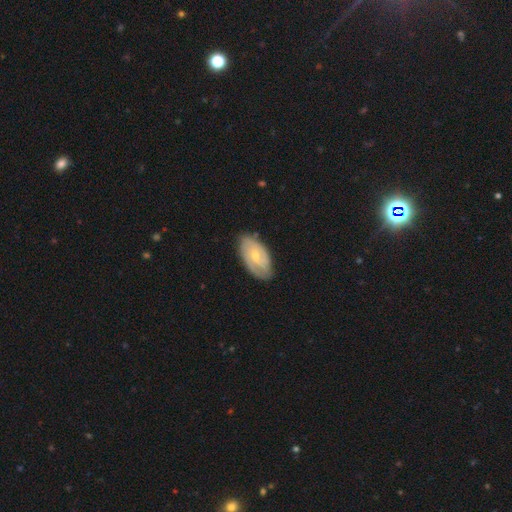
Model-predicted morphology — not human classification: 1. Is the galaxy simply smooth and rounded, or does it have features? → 69% featured or disk, 25% smooth, 5% star or artifact.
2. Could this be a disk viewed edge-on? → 95% no, 5% yes.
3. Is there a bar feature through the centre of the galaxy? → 54% no, 40% weak, 7% strong.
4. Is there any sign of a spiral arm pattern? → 89% yes, 11% no.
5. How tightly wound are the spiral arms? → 54% tight, 35% medium, 11% loose.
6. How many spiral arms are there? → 53% 2, 26% can't tell, 10% 3, 5% 1, 3% 4, 2% more than 4.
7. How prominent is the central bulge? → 59% small, 38% moderate, 2% none, 1% large, 1% dominant.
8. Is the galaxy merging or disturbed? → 75% none, 20% minor disturbance, 4% major disturbance, 1% merger.